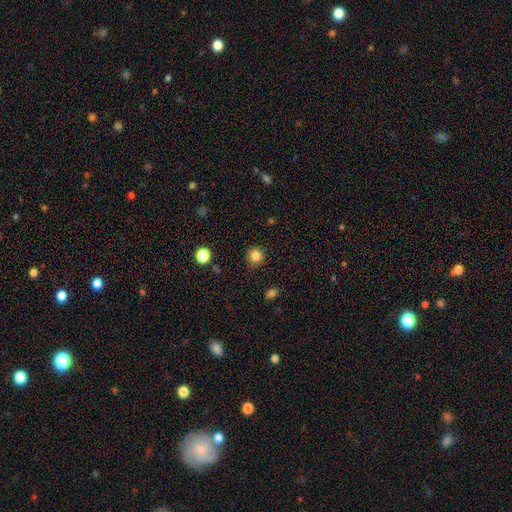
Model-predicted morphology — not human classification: smooth 83%, star or artifact 12%, featured or disk 5%. Down the decision tree: how rounded — round (86%); merging — none (81%).